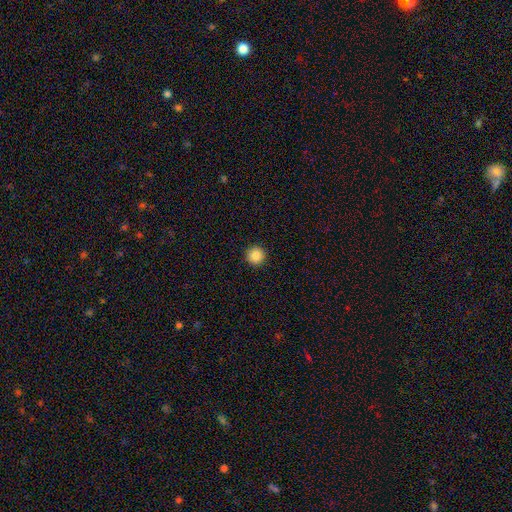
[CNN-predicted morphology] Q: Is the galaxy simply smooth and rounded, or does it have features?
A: smooth — 87%.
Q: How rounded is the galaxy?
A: round — 96%.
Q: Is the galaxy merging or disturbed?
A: none — 93%.